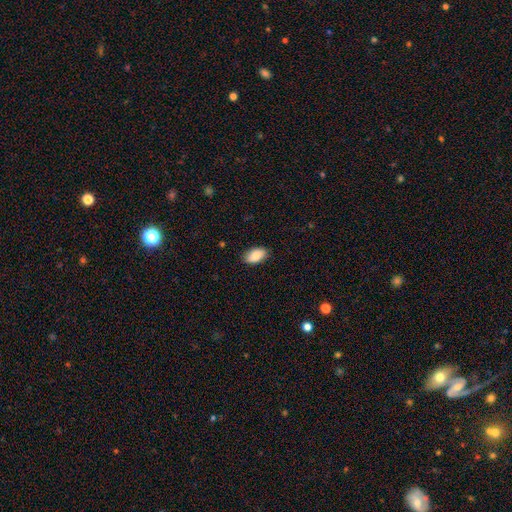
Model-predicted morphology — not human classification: A smooth galaxy with no disk features (87%) that is in between round and cigar-shaped (94%). Merging: none (86%).